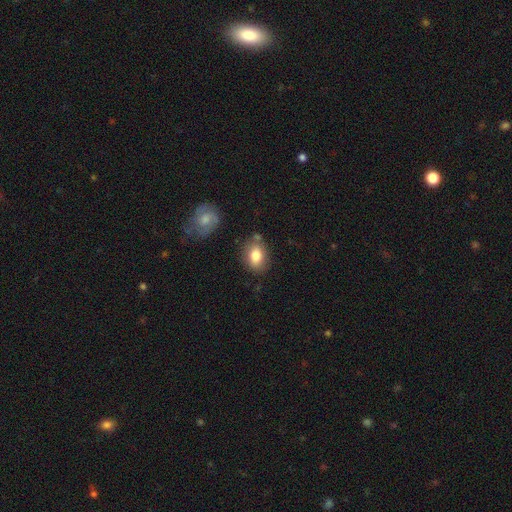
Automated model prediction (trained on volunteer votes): Smooth or featured: smooth — 82% (featured or disk — 11%)
How rounded: in between — 69% (round — 30%)
Merging: none — 72% (minor disturbance — 17%)